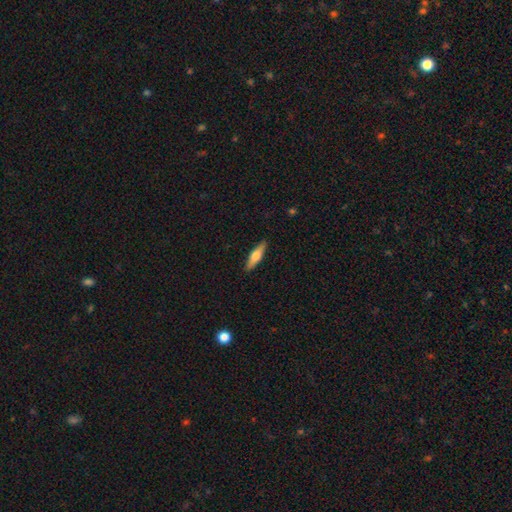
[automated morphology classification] Smooth or featured? smooth (52%)
How rounded? cigar-shaped (68%)
Merging? none (89%)